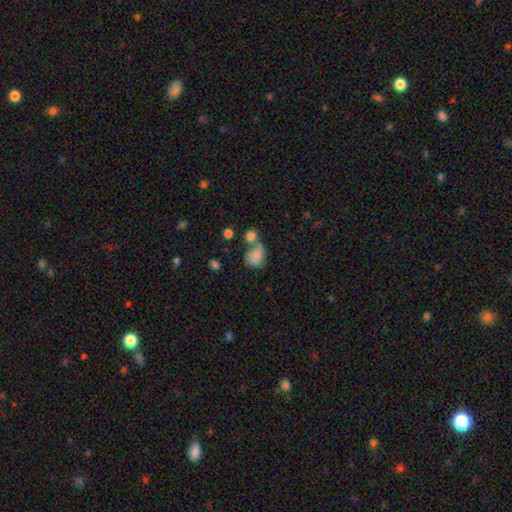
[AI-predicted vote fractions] Smooth or featured: smooth — 73% (featured or disk — 18%)
How rounded: in between — 55% (round — 44%)
Merging: merger — 45% (none — 25%)